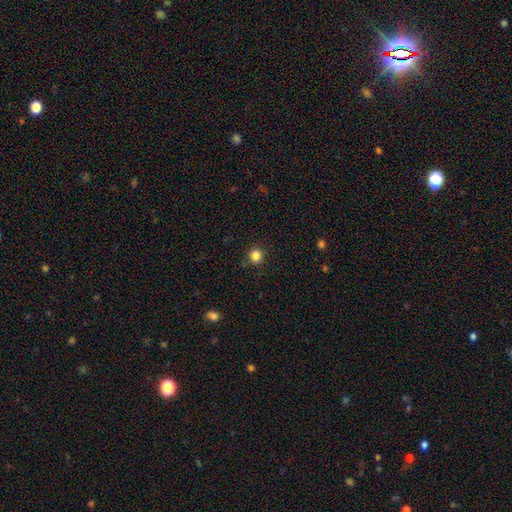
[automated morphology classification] This is clearly a smooth galaxy (84%). How rounded: clearly round (90%). Merging: clearly none (90%).